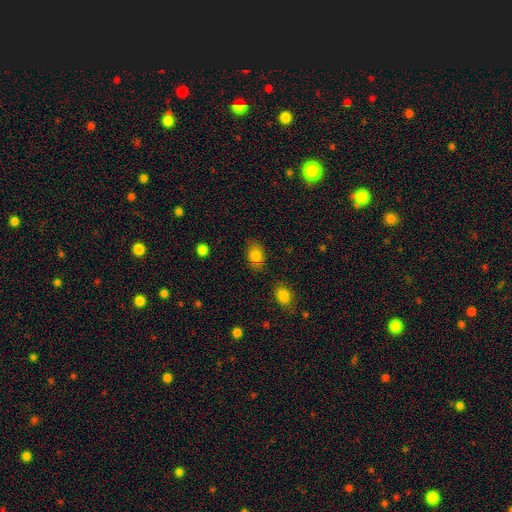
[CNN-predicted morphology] smooth-or-featured: smooth: 82% | star or artifact: 9% | featured or disk: 9%
  how-rounded: in between: 75% | round: 23% | cigar-shaped: 1%
  merging: none: 78% | minor disturbance: 15% | major disturbance: 4% | merger: 3%